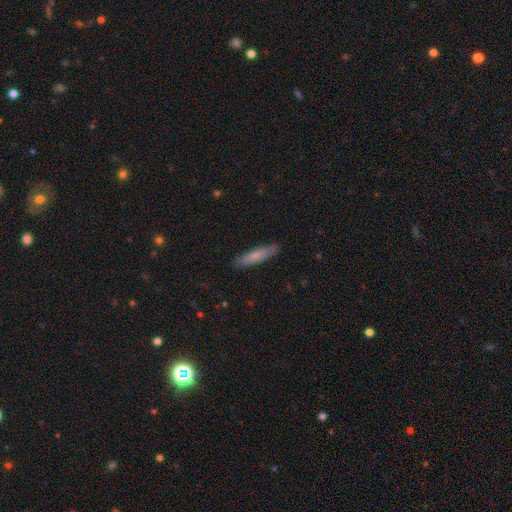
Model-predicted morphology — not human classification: smooth 71%, featured or disk 23%, star or artifact 6%. Down the decision tree: how rounded — cigar-shaped (84%); merging — none (87%).